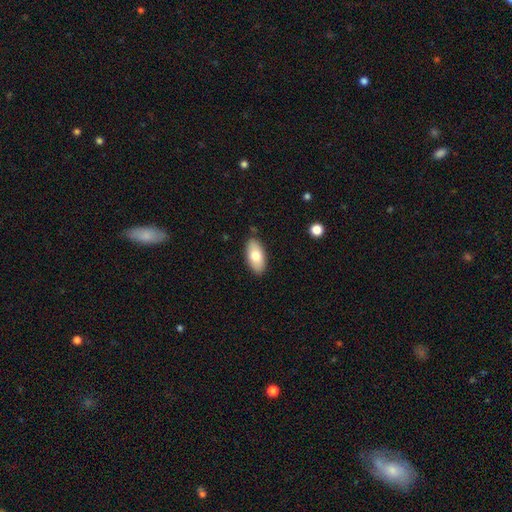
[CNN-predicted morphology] smooth 77%, featured or disk 17%, star or artifact 6%. Down the decision tree: how rounded — in between (92%); merging — none (86%).